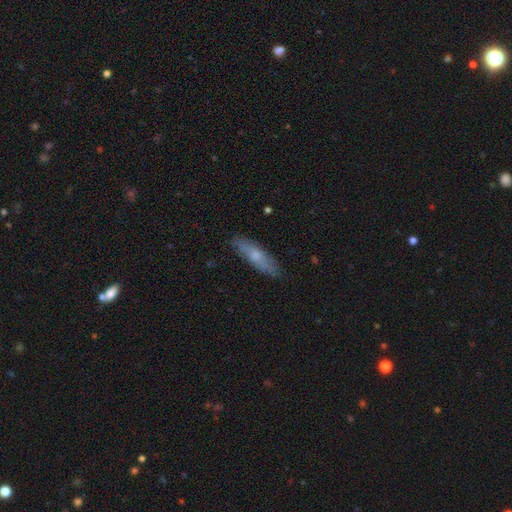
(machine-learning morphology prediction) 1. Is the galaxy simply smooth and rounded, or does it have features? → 53% smooth, 40% featured or disk, 6% star or artifact.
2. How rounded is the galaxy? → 72% cigar-shaped, 26% in between, 2% round.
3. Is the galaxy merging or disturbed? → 84% none, 13% minor disturbance, 2% major disturbance, 1% merger.